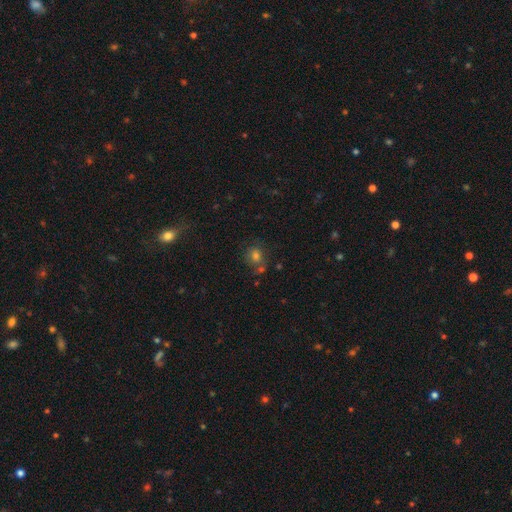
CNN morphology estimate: A smooth galaxy with no disk features (70%) that is round (75%). Merging: none (64%).